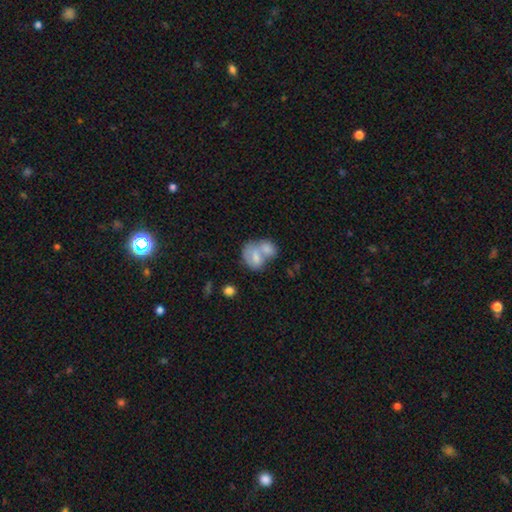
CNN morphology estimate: Smooth or featured?
  - smooth: 67% *
  - featured or disk: 26%
  - star or artifact: 7%
How rounded?
  - in between: 64% *
  - round: 34%
  - cigar-shaped: 2%
Merging?
  - merger: 70% *
  - none: 16%
  - minor disturbance: 8%
  - major disturbance: 6%